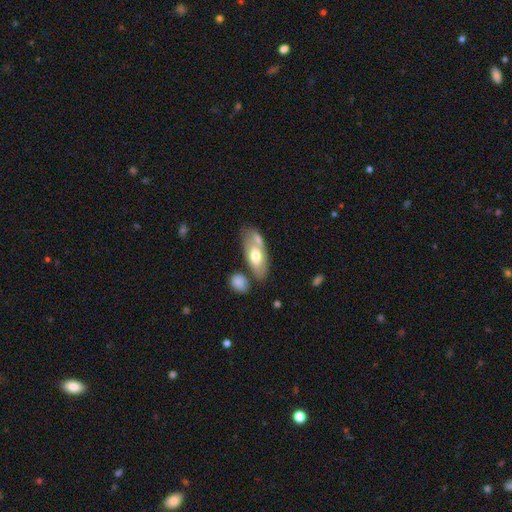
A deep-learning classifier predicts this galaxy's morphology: type=smooth (57%); roundness=in between (84%); merging=none (55%).